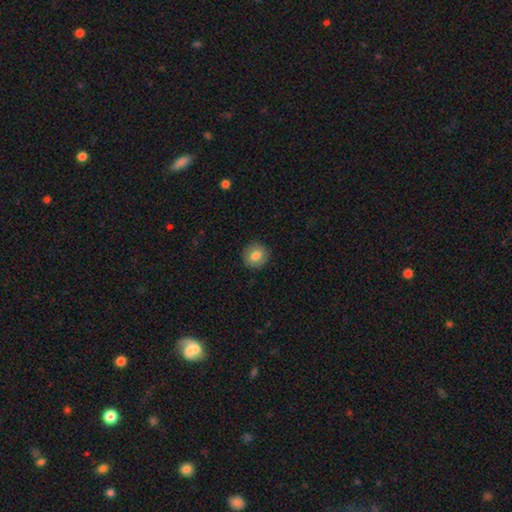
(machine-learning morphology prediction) type=smooth (79%); roundness=round (88%); merging=none (90%).